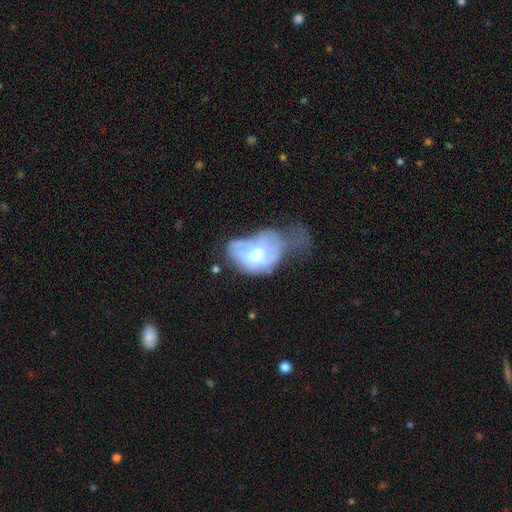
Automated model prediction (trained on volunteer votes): This is possibly a featured or disk galaxy (47%). Merging: possibly major disturbance (56%).